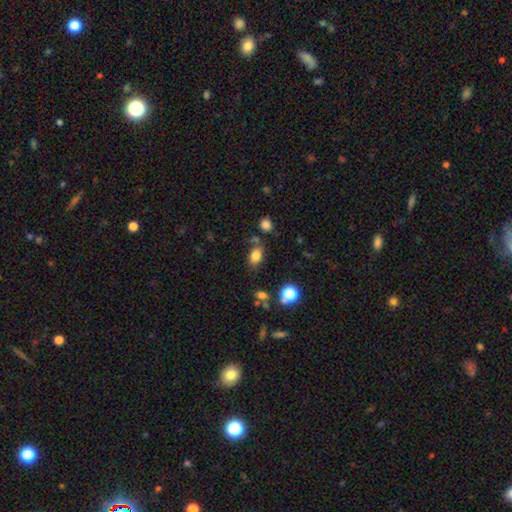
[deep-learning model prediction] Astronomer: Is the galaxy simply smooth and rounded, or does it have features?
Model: smooth — 79%.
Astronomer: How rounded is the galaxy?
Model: in between — 79%.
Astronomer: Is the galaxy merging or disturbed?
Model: none — 69%.